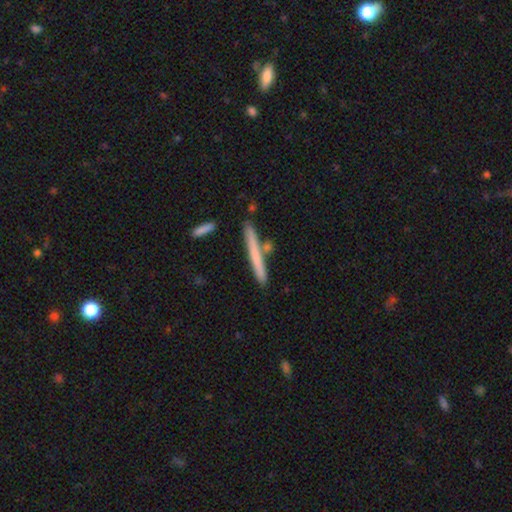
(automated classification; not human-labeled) A smooth galaxy with no disk features (64%) that is cigar-shaped (96%). Merging: none (83%).